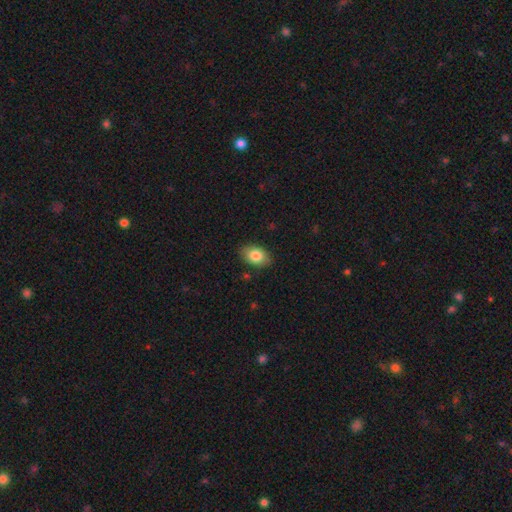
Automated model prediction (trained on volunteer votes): The model was most divided on "smooth or featured": smooth: 83%, featured or disk: 10%, star or artifact: 7%. More confident: how rounded — in between (87%); merging — none (86%).